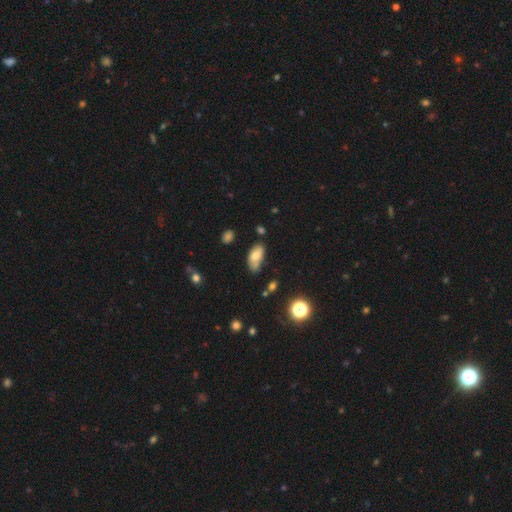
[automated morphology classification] A smooth galaxy with no disk features (71%) that is in between round and cigar-shaped (90%). Merging: none (51%).